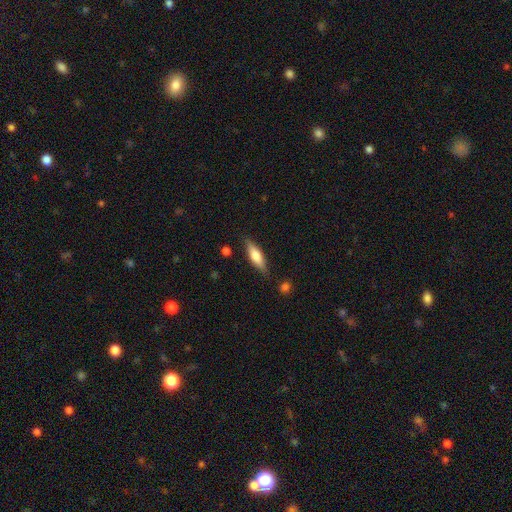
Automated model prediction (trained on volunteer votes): This is likely a smooth galaxy (63%). How rounded: possibly cigar-shaped (52%). Merging: clearly none (81%).